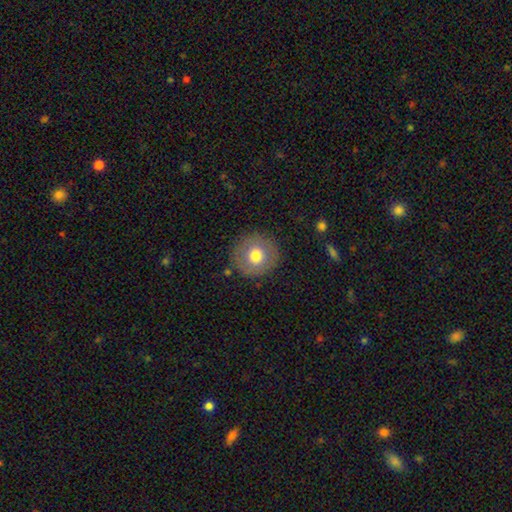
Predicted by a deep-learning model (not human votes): This is likely a smooth galaxy (70%). How rounded: clearly round (94%). Merging: clearly none (87%).